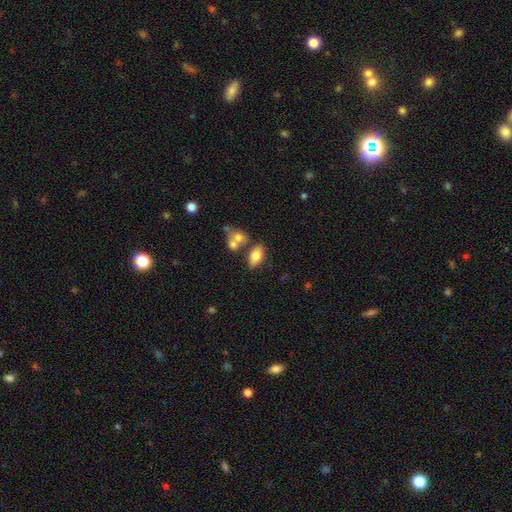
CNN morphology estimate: Smooth or featured: smooth — 77% (featured or disk — 15%)
How rounded: in between — 90% (round — 6%)
Merging: none — 61% (merger — 23%)